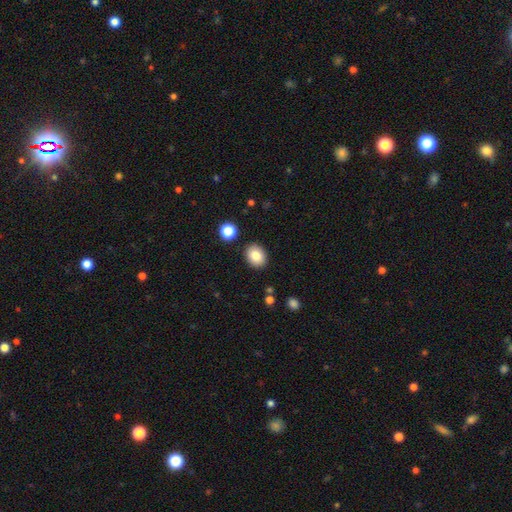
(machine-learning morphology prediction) Overall: smooth (83%). How rounded: in between (51%; round 48%). Merging: none (87%).